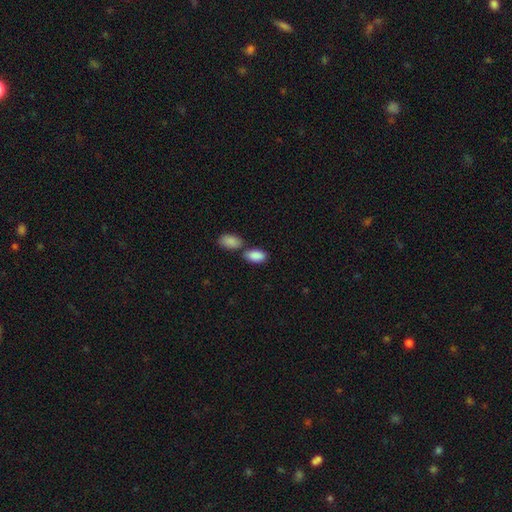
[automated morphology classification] smooth 89%, star or artifact 7%, featured or disk 5%. Down the decision tree: how rounded — in between (94%); merging — none (52%).